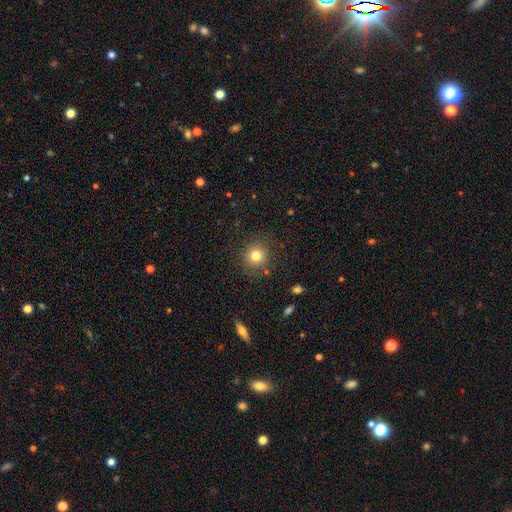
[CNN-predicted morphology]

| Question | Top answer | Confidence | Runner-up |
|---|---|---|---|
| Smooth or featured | smooth | 80% | star or artifact (12%) |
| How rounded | round | 93% | in between (6%) |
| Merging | none | 87% | minor disturbance (8%) |